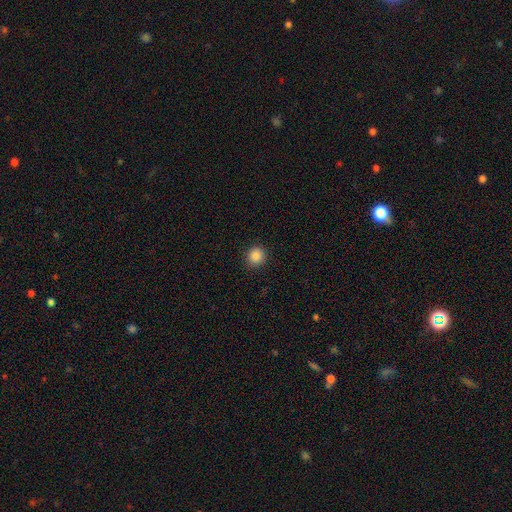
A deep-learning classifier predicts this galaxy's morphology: smooth 86%, star or artifact 10%, featured or disk 3%. Down the decision tree: how rounded — round (91%); merging — none (91%).